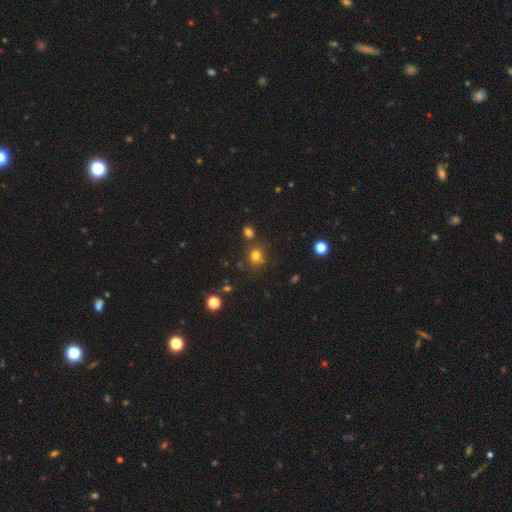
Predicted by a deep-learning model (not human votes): smooth_or_featured: smooth (p=0.71) [alt: star or artifact p=0.21]
how_rounded: round (p=0.82) [alt: in between p=0.17]
merging: none (p=0.70) [alt: merger p=0.14]